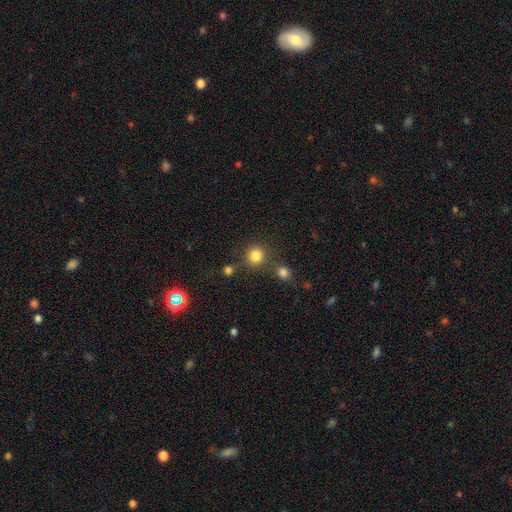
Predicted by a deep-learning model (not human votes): smooth_or_featured: smooth (p=0.82) [alt: star or artifact p=0.13]
how_rounded: round (p=0.90) [alt: in between p=0.09]
merging: none (p=0.76) [alt: merger p=0.12]